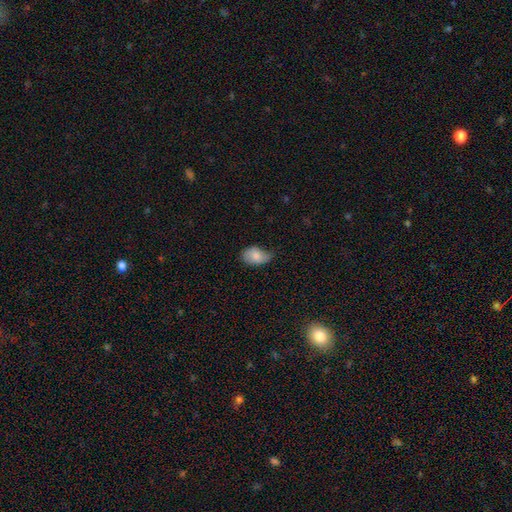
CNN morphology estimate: This is likely a smooth galaxy (80%). How rounded: clearly in between (88%). Merging: possibly none (46%).